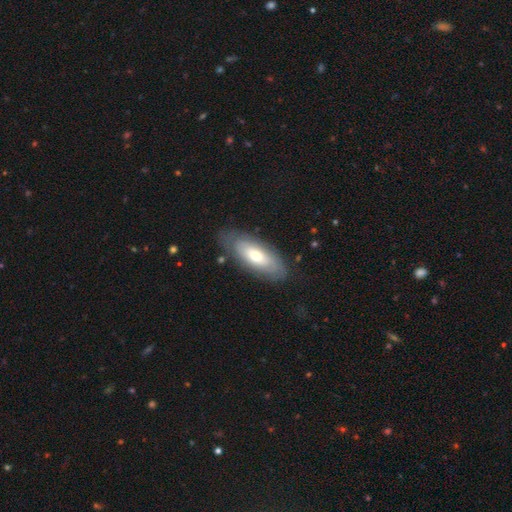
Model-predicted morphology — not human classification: smooth 51%, featured or disk 43%, star or artifact 6%. Down the decision tree: how rounded — in between (83%); merging — none (78%).